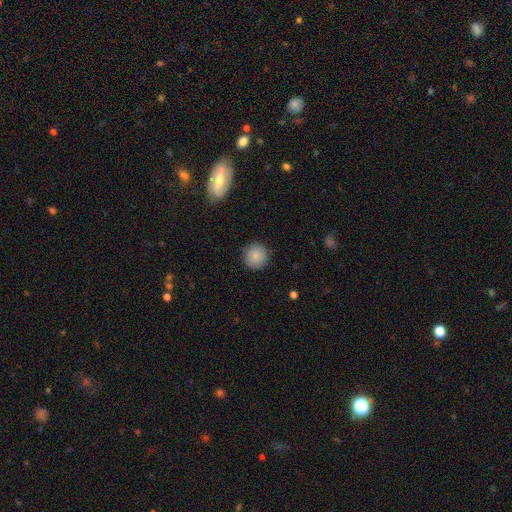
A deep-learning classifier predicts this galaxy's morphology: A smooth galaxy with no disk features (87%) that is round (94%).

Vote fractions:
- Smooth or featured? smooth: 87% / star or artifact: 8% / featured or disk: 5%
- How rounded? round: 94% / in between: 5% / cigar-shaped: 1%
- Merging? none: 90% / minor disturbance: 7% / major disturbance: 2% / merger: 1%